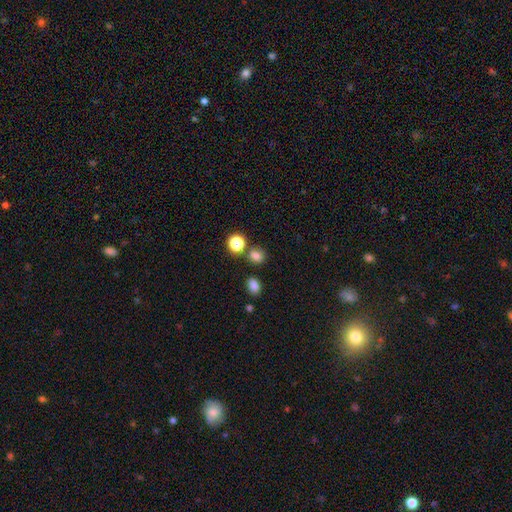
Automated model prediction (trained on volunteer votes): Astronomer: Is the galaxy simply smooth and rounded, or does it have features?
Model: smooth — 77%.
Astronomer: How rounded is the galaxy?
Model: round — 72%.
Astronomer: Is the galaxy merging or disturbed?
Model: none — 78%.